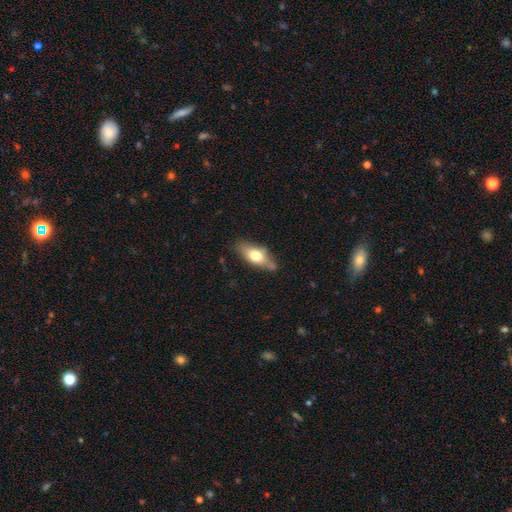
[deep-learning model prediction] Morphology: type=smooth (64%); roundness=in between (77%); merging=none (63%).